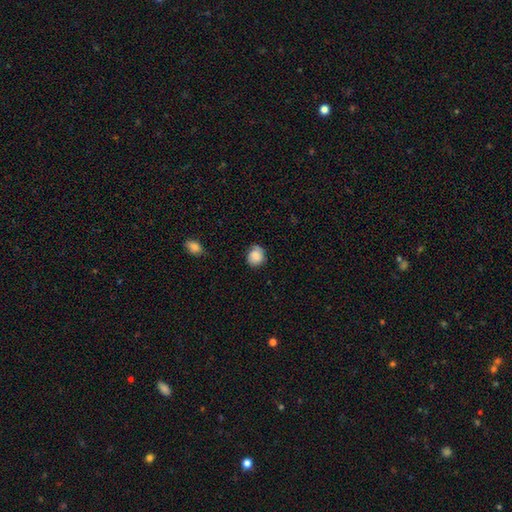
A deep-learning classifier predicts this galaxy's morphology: The model was most divided on "how rounded": round: 71%, in between: 28%, cigar-shaped: 1%. More confident: smooth or featured — smooth (80%); merging — none (73%).